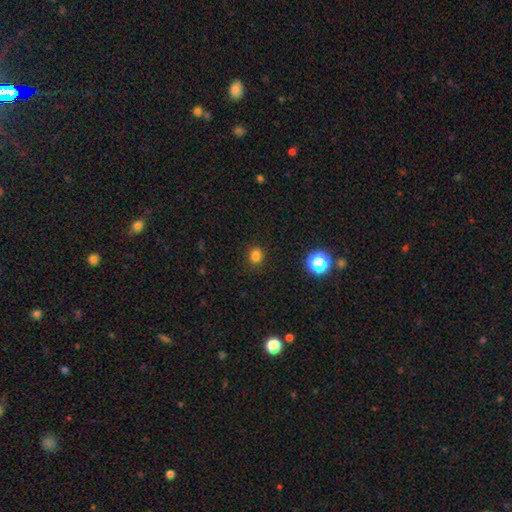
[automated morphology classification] Smooth or featured: smooth — 81% (star or artifact — 15%)
How rounded: round — 83% (in between — 16%)
Merging: none — 90% (minor disturbance — 7%)